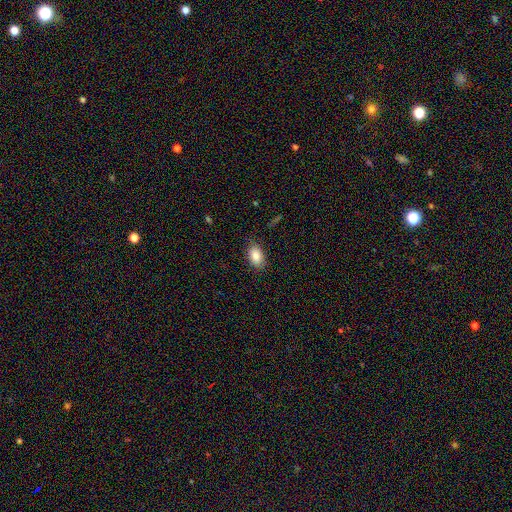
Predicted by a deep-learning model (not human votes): Smooth or featured?
  - smooth: 84% *
  - featured or disk: 8%
  - star or artifact: 8%
How rounded?
  - in between: 88% *
  - round: 10%
  - cigar-shaped: 1%
Merging?
  - none: 82% *
  - minor disturbance: 13%
  - major disturbance: 3%
  - merger: 1%